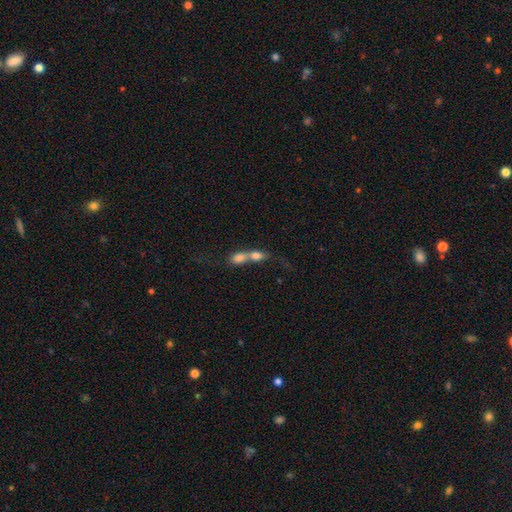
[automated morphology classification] This is likely a smooth galaxy (72%). How rounded: likely in between (62%). Merging: likely merger (79%).